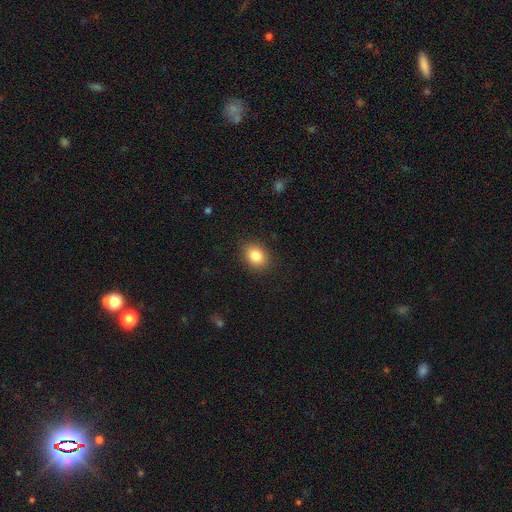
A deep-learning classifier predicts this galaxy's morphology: Smooth or featured? smooth (85%)
How rounded? in between (63%)
Merging? none (88%)